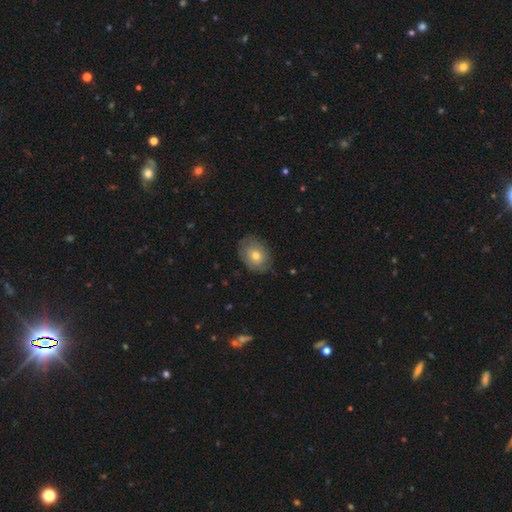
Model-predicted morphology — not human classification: Overall: smooth (59%; featured or disk 33%). How rounded: in between (64%; round 35%). Merging: none (76%).